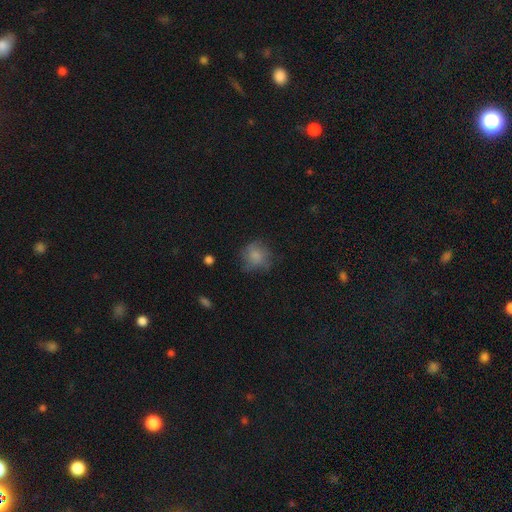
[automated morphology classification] A smooth galaxy with no disk features (74%) that is round (81%).

Vote fractions:
- Smooth or featured? smooth: 74% / featured or disk: 15% / star or artifact: 10%
- How rounded? round: 81% / in between: 18% / cigar-shaped: 1%
- Merging? none: 59% / minor disturbance: 26% / major disturbance: 13% / merger: 2%